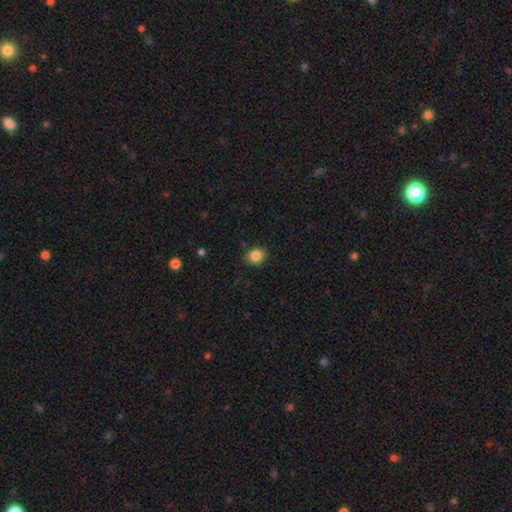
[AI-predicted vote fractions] Overall: smooth (85%). How rounded: round (72%). Merging: none (84%).